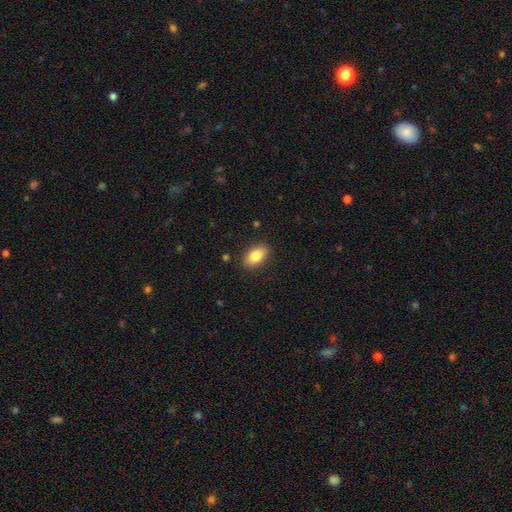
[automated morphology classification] smooth 83%, featured or disk 10%, star or artifact 7%. Down the decision tree: how rounded — in between (91%); merging — none (88%).